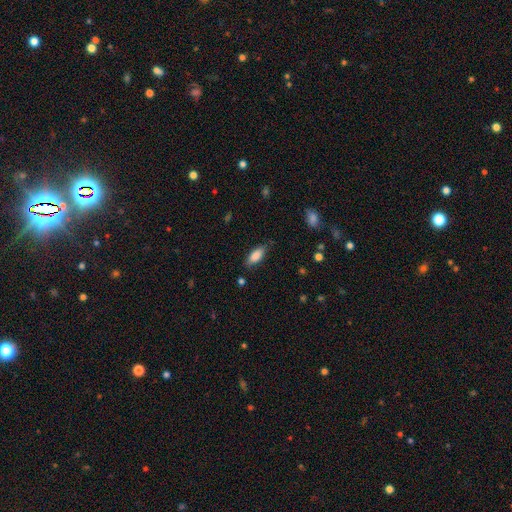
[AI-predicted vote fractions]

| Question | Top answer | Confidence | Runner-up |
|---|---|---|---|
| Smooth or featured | smooth | 85% | featured or disk (8%) |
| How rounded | in between | 81% | cigar-shaped (17%) |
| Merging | none | 79% | minor disturbance (16%) |